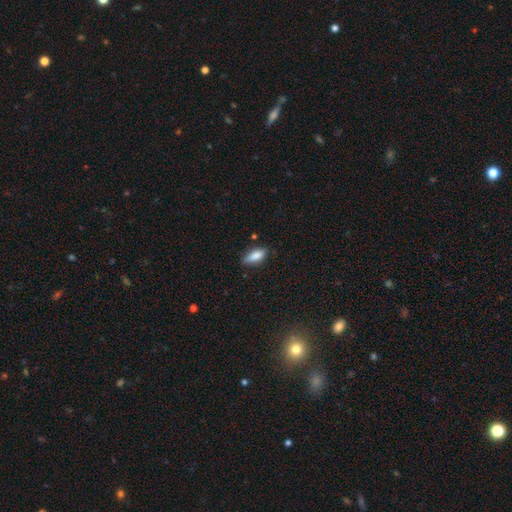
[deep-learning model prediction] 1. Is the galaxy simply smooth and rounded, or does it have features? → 84% smooth, 9% featured or disk, 7% star or artifact.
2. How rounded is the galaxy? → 77% in between, 20% cigar-shaped, 2% round.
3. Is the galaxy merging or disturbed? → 74% none, 21% minor disturbance, 3% major disturbance, 2% merger.